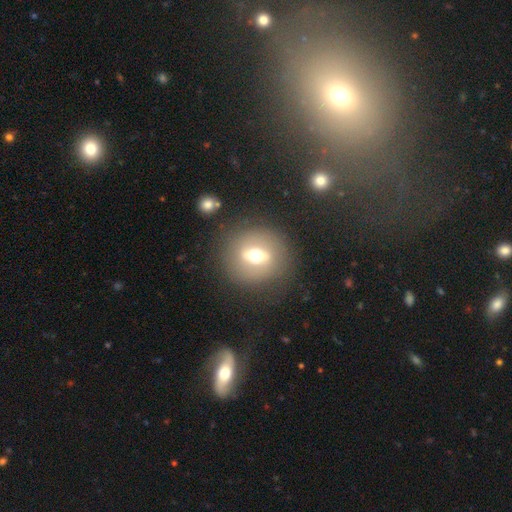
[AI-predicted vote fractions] A featured or disk galaxy (47%). Merging: none (81%).